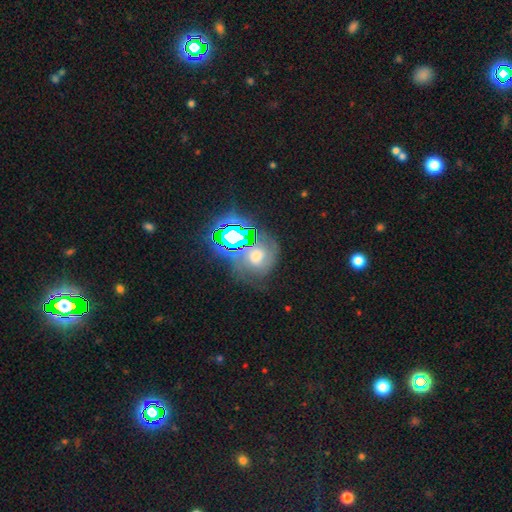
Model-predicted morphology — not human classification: smooth-or-featured: star or artifact: 41% | featured or disk: 32% | smooth: 28%